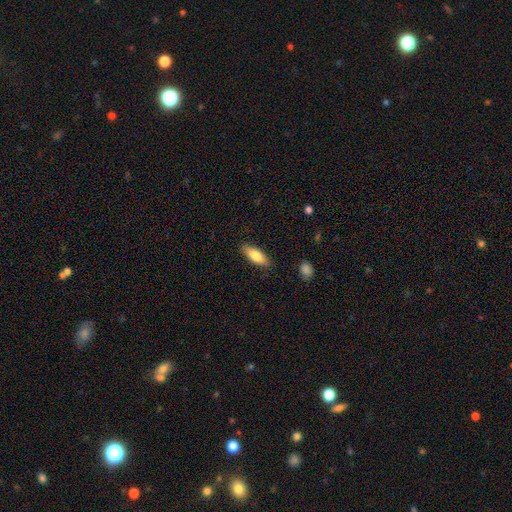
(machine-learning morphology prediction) Smooth or featured? Predicted: smooth (p=0.78). How rounded? Predicted: in between (p=0.65). Merging? Predicted: none (p=0.86).